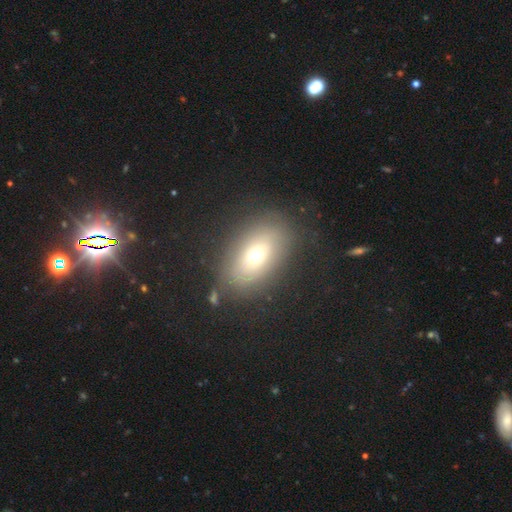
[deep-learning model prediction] Overall: smooth (57%; featured or disk 26%). How rounded: in between (82%). Merging: none (80%).